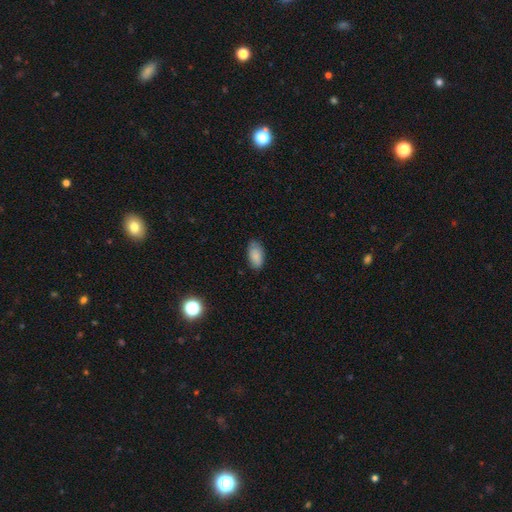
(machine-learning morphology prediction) Smooth or featured: smooth — 86% (star or artifact — 8%)
How rounded: in between — 93% (round — 3%)
Merging: none — 78% (minor disturbance — 18%)